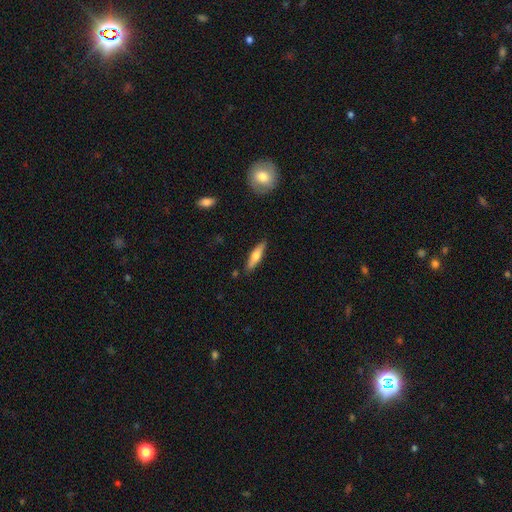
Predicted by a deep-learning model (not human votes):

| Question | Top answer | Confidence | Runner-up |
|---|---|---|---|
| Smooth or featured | smooth | 55% | featured or disk (39%) |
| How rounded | cigar-shaped | 72% | in between (26%) |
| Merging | none | 85% | minor disturbance (11%) |